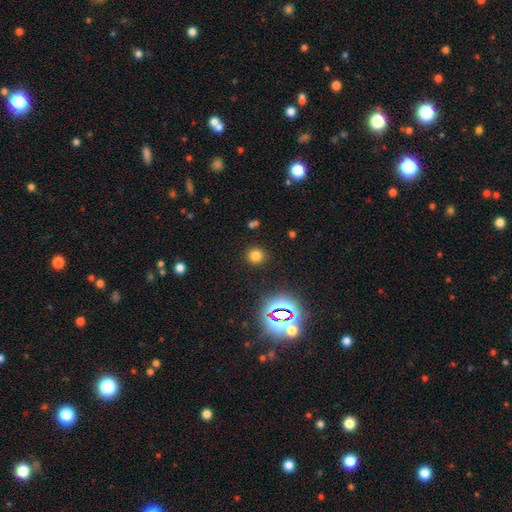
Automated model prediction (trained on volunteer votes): Q: Smooth or featured?
A: smooth (74%); runner-up: star or artifact (21%)
Q: How rounded?
A: round (90%); runner-up: in between (8%)
Q: Merging?
A: none (90%); runner-up: minor disturbance (6%)